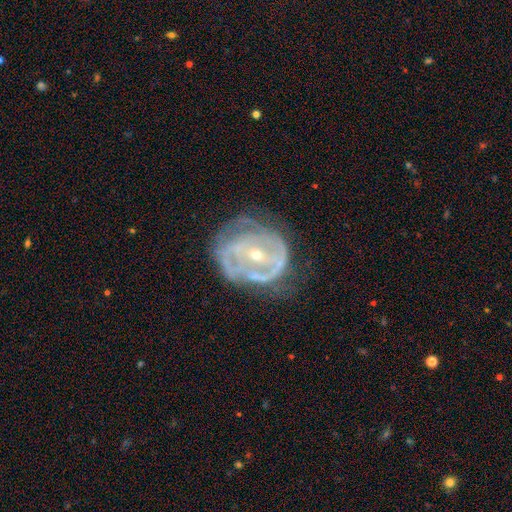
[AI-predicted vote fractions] Smooth or featured? Predicted: featured or disk (p=0.81). Edge-on disk? Predicted: no (p=0.96). Bar? Predicted: no (p=0.42). Spiral arms? Predicted: yes (p=0.74). Spiral winding? Predicted: tight (p=0.57). Spiral arm count? Predicted: can't tell (p=0.39). Bulge size? Predicted: small (p=0.67). Merging? Predicted: none (p=0.50).